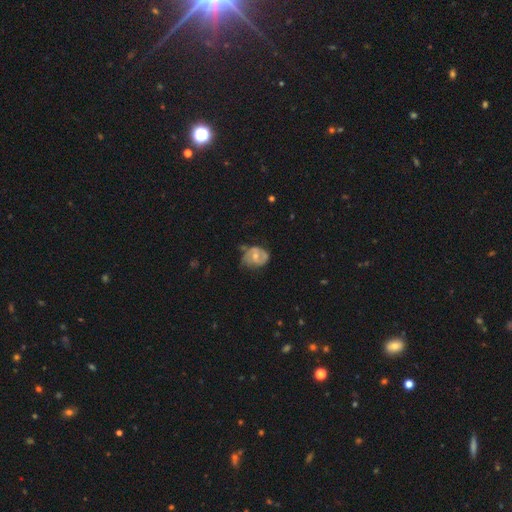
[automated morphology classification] A featured or disk galaxy (67%) with no bar (56%), 2 (54%) tight (41%, tied with medium) spiral arms (79%) and a moderate central bulge (54%). Merging: none (47%).